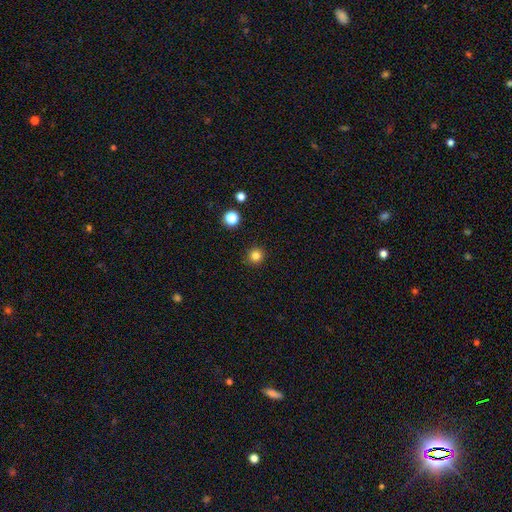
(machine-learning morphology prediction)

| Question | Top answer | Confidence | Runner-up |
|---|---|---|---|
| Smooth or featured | smooth | 82% | star or artifact (13%) |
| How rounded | round | 96% | in between (4%) |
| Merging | none | 92% | minor disturbance (5%) |